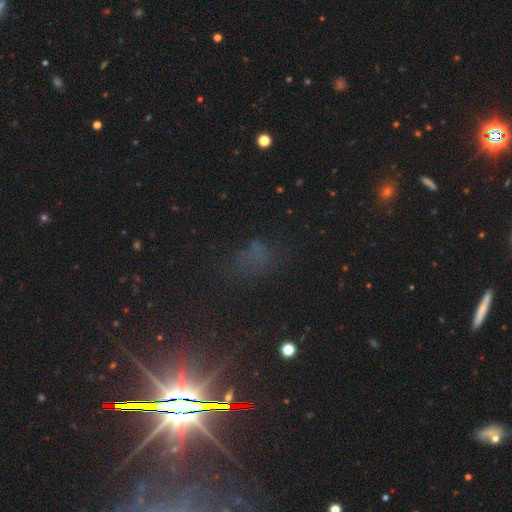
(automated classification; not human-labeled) Smooth or featured? star or artifact (54%)